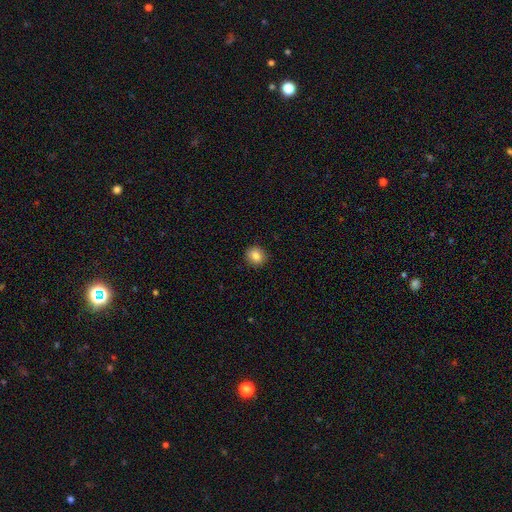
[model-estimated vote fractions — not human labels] Q: Smooth or featured?
A: smooth (84%); runner-up: star or artifact (10%)
Q: How rounded?
A: round (82%); runner-up: in between (17%)
Q: Merging?
A: none (90%); runner-up: minor disturbance (8%)